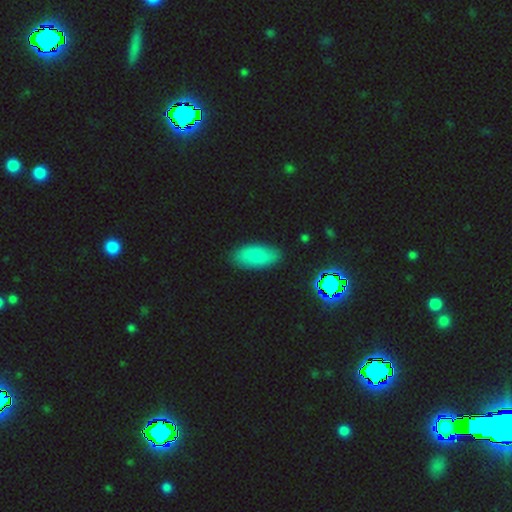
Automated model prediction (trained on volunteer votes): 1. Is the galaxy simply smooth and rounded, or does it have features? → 79% smooth, 11% star or artifact, 10% featured or disk.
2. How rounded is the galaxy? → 91% in between, 7% cigar-shaped, 2% round.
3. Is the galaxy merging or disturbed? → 86% none, 11% minor disturbance, 2% major disturbance, 1% merger.